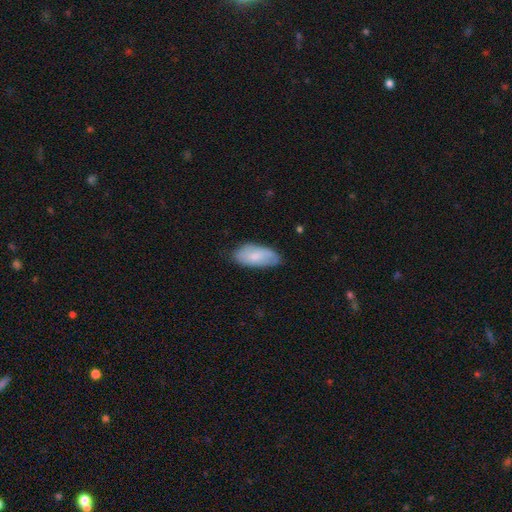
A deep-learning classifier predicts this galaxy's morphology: smooth_or_featured: smooth (p=0.73) [alt: featured or disk p=0.21]
how_rounded: in between (p=0.90) [alt: cigar-shaped p=0.08]
merging: none (p=0.72) [alt: minor disturbance p=0.23]